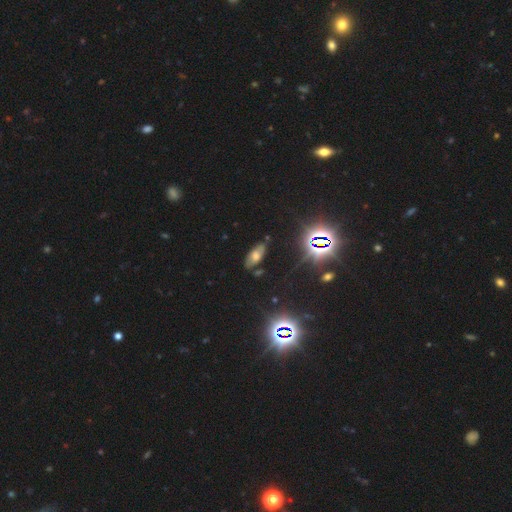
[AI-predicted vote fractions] Smooth or featured?
  - smooth: 39% *
  - featured or disk: 32%
  - star or artifact: 29%
Merging?
  - none: 73% *
  - minor disturbance: 18%
  - major disturbance: 6%
  - merger: 3%